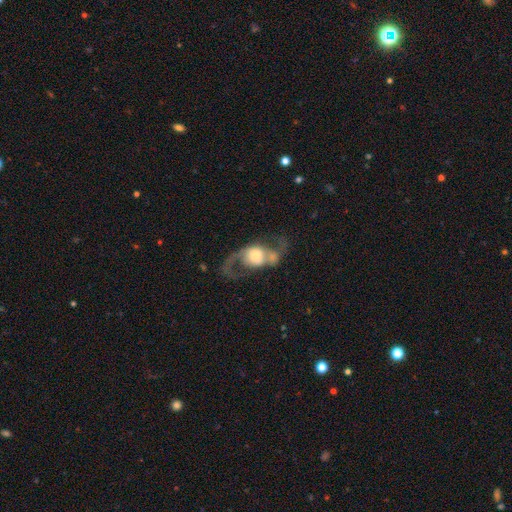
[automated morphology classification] Smooth or featured: featured or disk — 74% (smooth — 21%)
Edge-on disk: no — 92% (yes — 8%)
Bar: no — 66% (weak — 25%)
Spiral arms: yes — 74% (no — 26%)
Spiral winding: loose — 57% (medium — 35%)
Spiral arm count: 2 — 87% (1 — 5%)
Bulge size: moderate — 47% (large — 30%)
Merging: none — 43% (major disturbance — 26%)